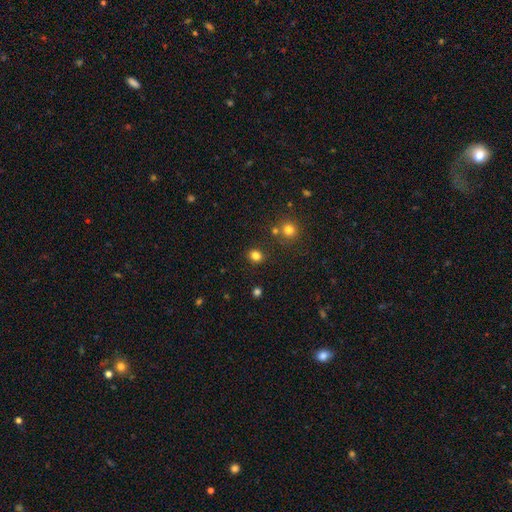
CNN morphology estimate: A smooth galaxy with no disk features (81%) that is round (76%).

Vote fractions:
- Smooth or featured? smooth: 81% / star or artifact: 14% / featured or disk: 5%
- How rounded? round: 76% / in between: 23% / cigar-shaped: 1%
- Merging? none: 86% / minor disturbance: 7% / merger: 4% / major disturbance: 2%